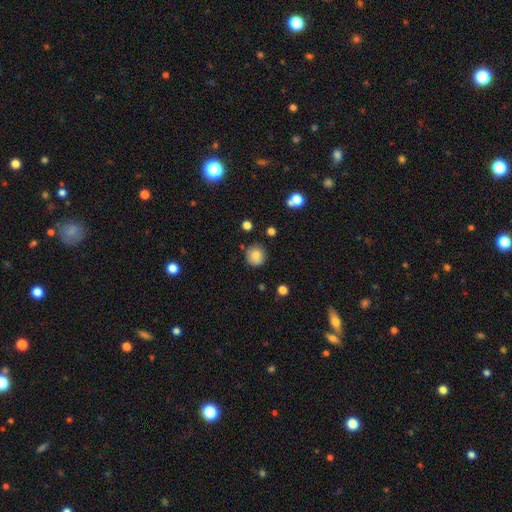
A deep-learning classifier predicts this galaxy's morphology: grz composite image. It shows a smooth galaxy with no disk features (82%) that is round (92%). Merging: none (85%).